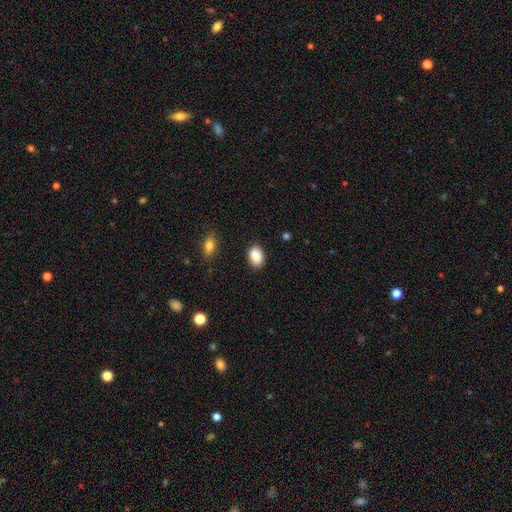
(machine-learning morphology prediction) This appears to be a smooth galaxy with no disk features (88%) that is in between round and cigar-shaped (82%). Merging: none (84%).